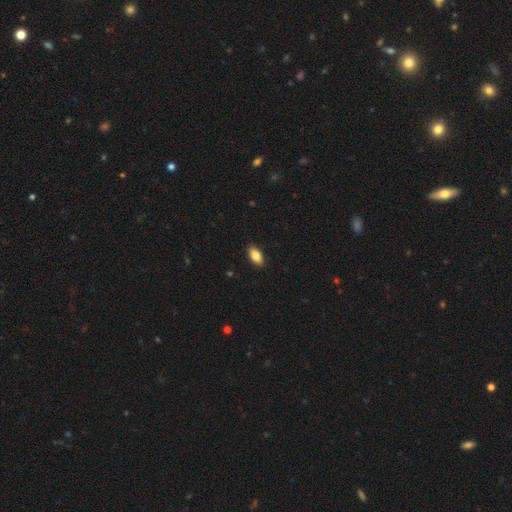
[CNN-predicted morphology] This appears to be a smooth galaxy with no disk features (86%) that is in between round and cigar-shaped (92%). Merging: none (89%).